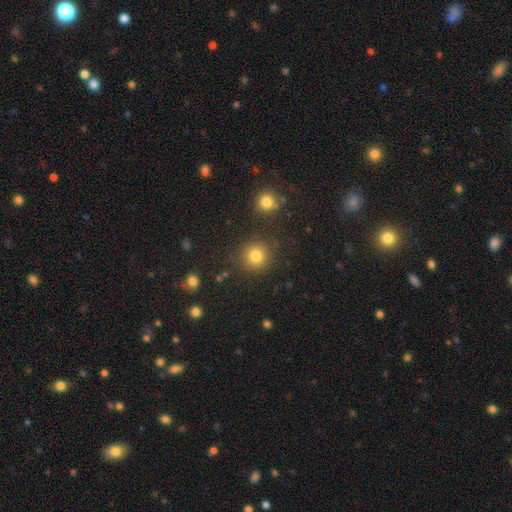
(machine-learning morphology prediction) Q: Smooth or featured?
A: smooth (82%); runner-up: star or artifact (13%)
Q: How rounded?
A: round (92%); runner-up: in between (7%)
Q: Merging?
A: none (86%); runner-up: minor disturbance (7%)